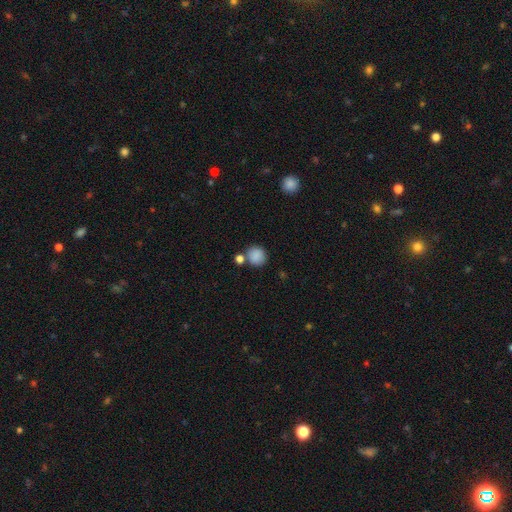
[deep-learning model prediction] Smooth or featured? smooth (86%)
How rounded? round (87%)
Merging? none (69%)